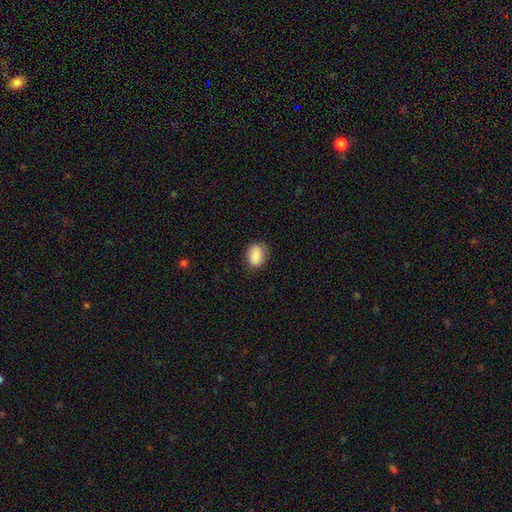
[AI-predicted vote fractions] This appears to be a smooth galaxy with no disk features (87%) that is in between round and cigar-shaped (67%). Merging: none (80%).